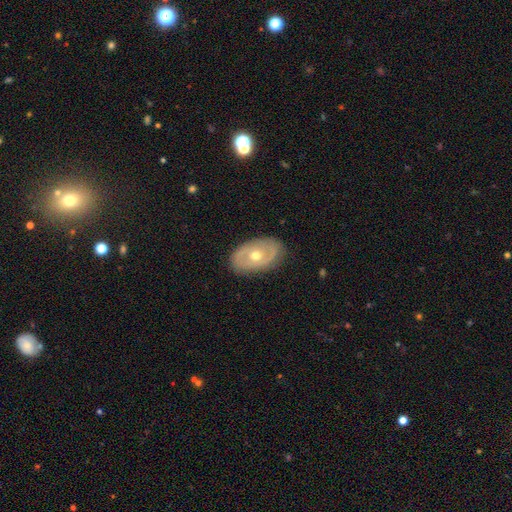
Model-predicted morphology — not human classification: A featured or disk galaxy (65%) with no bar (80%), no spiral arms (58%) and a moderate central bulge (71%).

Vote fractions:
- Smooth or featured? featured or disk: 65% / smooth: 29% / star or artifact: 6%
- Edge-on disk? no: 91% / yes: 9%
- Bar? no: 80% / weak: 15% / strong: 5%
- Spiral arms? no: 58% / yes: 42%
- Bulge size? moderate: 71% / small: 24% / large: 3% / dominant: 1% / none: 1%
- Merging? none: 82% / minor disturbance: 13% / major disturbance: 3% / merger: 1%